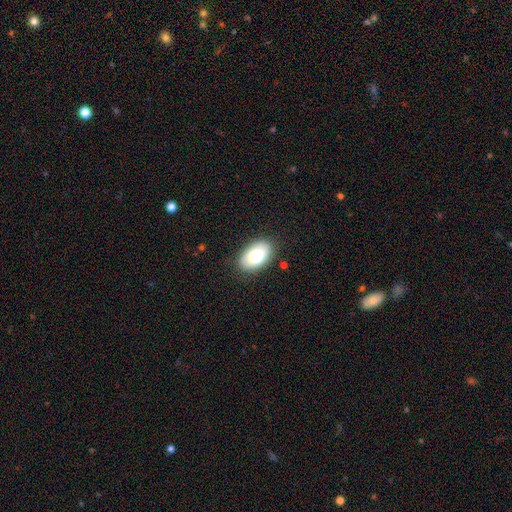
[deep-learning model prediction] Smooth or featured: smooth — 77% (featured or disk — 16%)
How rounded: in between — 92% (round — 6%)
Merging: none — 84% (minor disturbance — 12%)